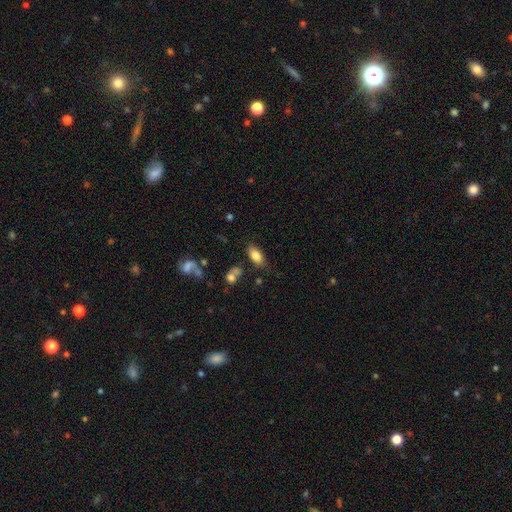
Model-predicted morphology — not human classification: smooth_or_featured: smooth (p=0.81) [alt: featured or disk p=0.11]
how_rounded: in between (p=0.90) [alt: round p=0.05]
merging: none (p=0.70) [alt: minor disturbance p=0.18]